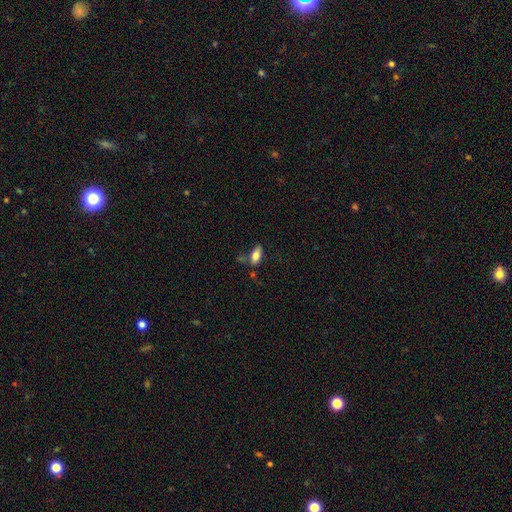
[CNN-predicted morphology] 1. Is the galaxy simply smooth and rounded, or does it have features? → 77% smooth, 16% featured or disk, 8% star or artifact.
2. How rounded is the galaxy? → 84% in between, 13% cigar-shaped, 3% round.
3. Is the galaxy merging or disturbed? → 64% none, 20% minor disturbance, 10% merger, 6% major disturbance.